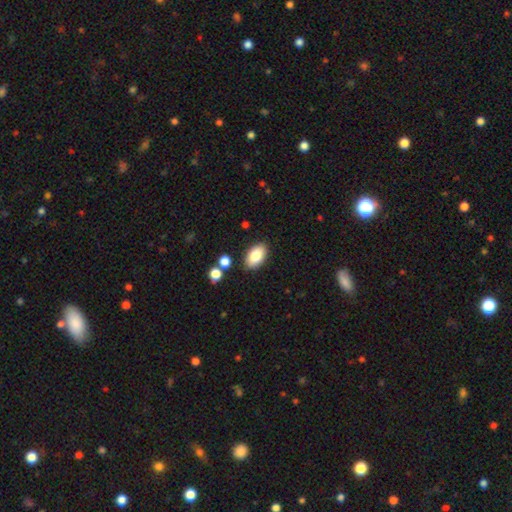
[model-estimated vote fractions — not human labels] Smooth or featured?
  - smooth: 83% *
  - featured or disk: 9%
  - star or artifact: 8%
How rounded?
  - in between: 93% *
  - round: 6%
  - cigar-shaped: 2%
Merging?
  - none: 86% *
  - minor disturbance: 9%
  - merger: 3%
  - major disturbance: 2%